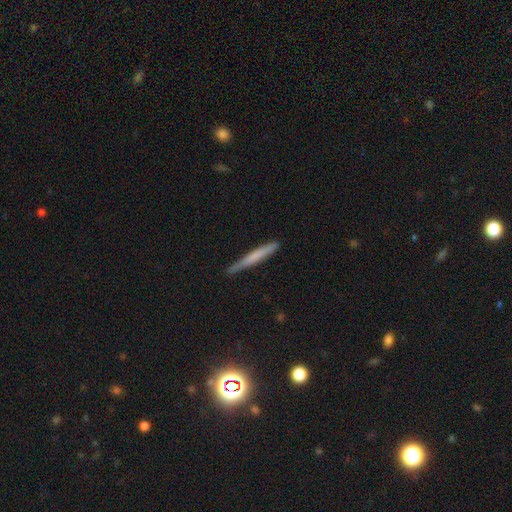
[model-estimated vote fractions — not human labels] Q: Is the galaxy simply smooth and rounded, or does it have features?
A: smooth — 61%.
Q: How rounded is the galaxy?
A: cigar-shaped — 96%.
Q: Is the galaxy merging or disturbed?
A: none — 81%.